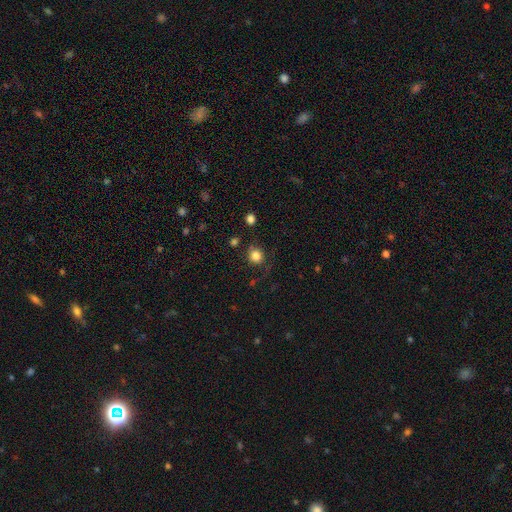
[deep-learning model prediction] Overall: smooth (82%). How rounded: round (87%). Merging: none (74%).